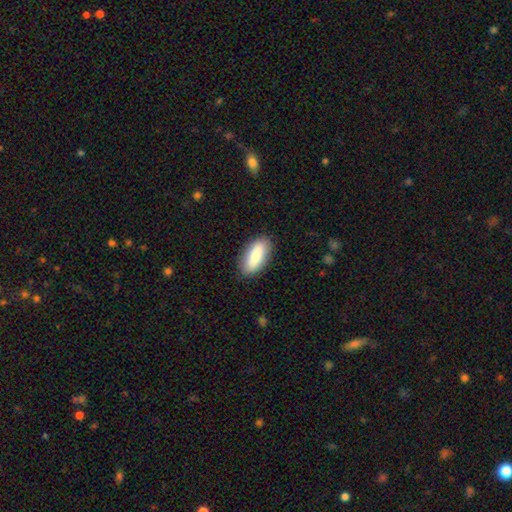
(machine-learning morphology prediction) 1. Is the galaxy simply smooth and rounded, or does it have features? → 83% smooth, 12% featured or disk, 6% star or artifact.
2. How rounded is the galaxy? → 81% in between, 16% cigar-shaped, 2% round.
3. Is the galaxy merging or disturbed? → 87% none, 9% minor disturbance, 2% major disturbance, 1% merger.